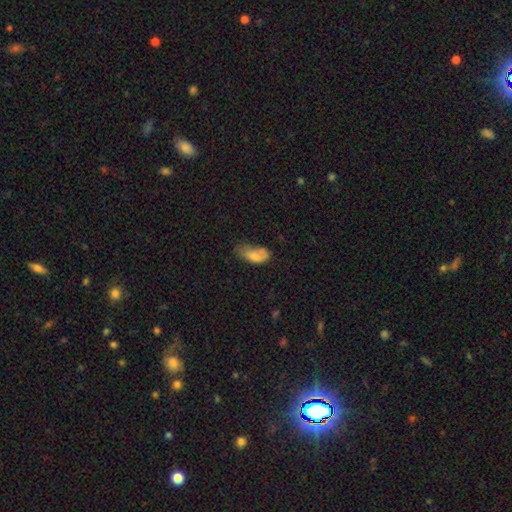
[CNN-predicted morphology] Smooth or featured: smooth — 77% (featured or disk — 15%)
How rounded: in between — 91% (cigar-shaped — 6%)
Merging: minor disturbance — 40% (none — 30%)